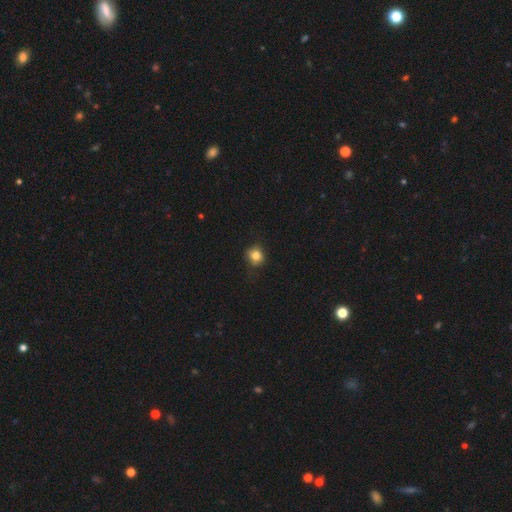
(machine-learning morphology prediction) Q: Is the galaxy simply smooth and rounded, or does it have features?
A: smooth — 82%.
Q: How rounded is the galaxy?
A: round — 79%.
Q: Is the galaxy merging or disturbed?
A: none — 73%.